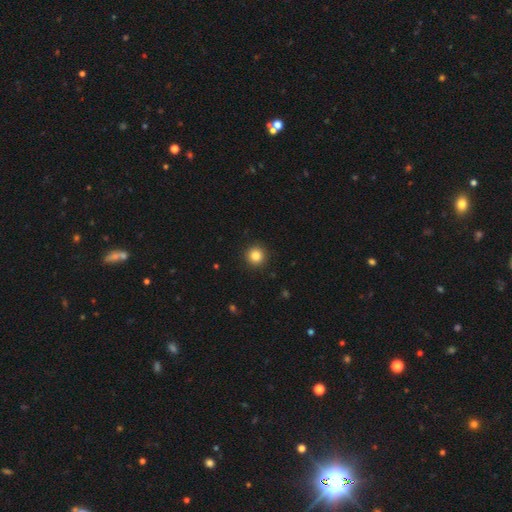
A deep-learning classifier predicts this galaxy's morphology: Q: Smooth or featured?
A: smooth (84%); runner-up: star or artifact (11%)
Q: How rounded?
A: round (96%); runner-up: in between (4%)
Q: Merging?
A: none (93%); runner-up: minor disturbance (5%)